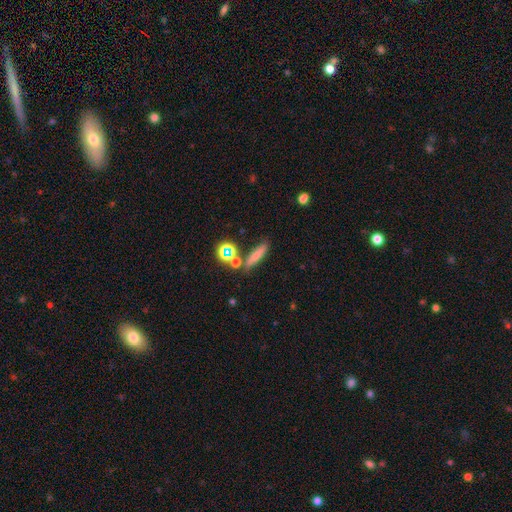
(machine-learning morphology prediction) smooth_or_featured: smooth (p=0.64) [alt: featured or disk p=0.20]
how_rounded: cigar-shaped (p=0.70) [alt: in between p=0.21]
merging: none (p=0.69) [alt: minor disturbance p=0.13]